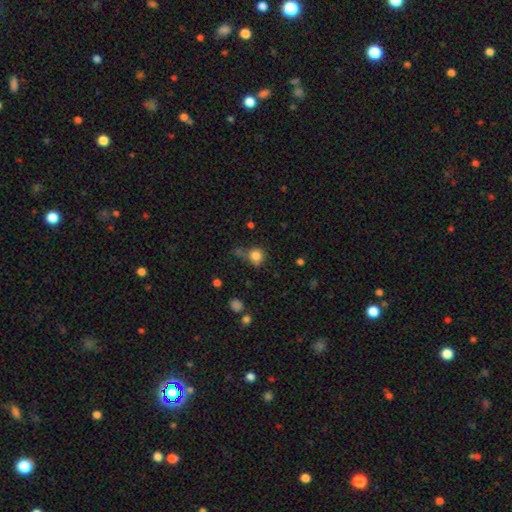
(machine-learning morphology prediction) The model was most divided on "merging": none: 58%, minor disturbance: 20%, merger: 13%, major disturbance: 9%. More confident: how rounded — round (87%); smooth or featured — smooth (81%).